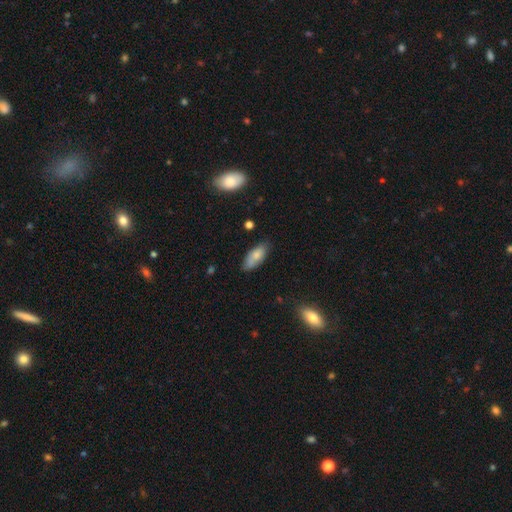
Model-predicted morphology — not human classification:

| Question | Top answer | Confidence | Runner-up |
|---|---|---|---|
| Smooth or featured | smooth | 78% | featured or disk (15%) |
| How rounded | in between | 82% | cigar-shaped (16%) |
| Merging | none | 71% | minor disturbance (23%) |